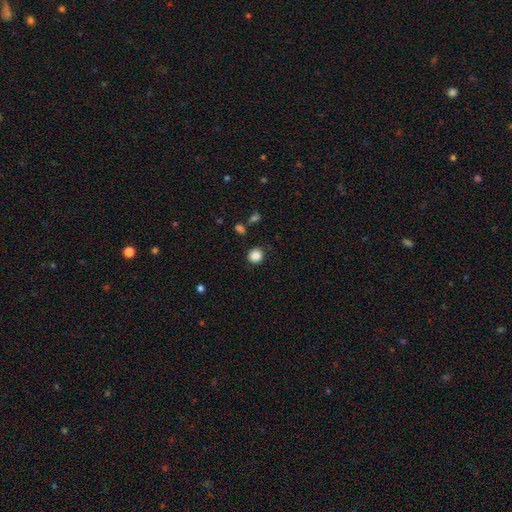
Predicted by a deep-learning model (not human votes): Morphology: type=smooth (87%); roundness=round (86%); merging=none (86%).